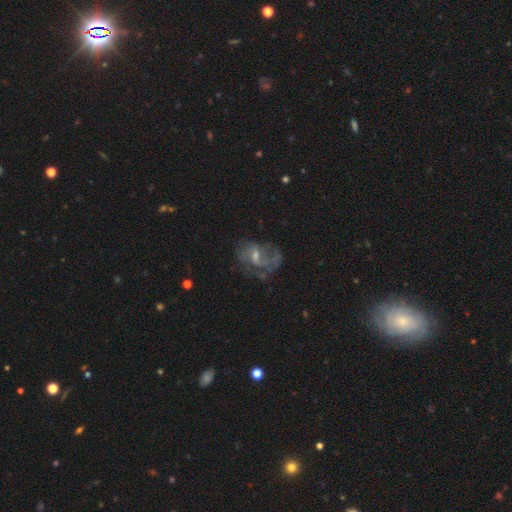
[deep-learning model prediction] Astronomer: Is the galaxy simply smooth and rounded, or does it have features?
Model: featured or disk — 73%.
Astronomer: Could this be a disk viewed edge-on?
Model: no — 97%.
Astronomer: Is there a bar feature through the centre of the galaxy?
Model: weak — 50% (runner-up: no, 40%).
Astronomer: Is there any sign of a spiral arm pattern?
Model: yes — 82%.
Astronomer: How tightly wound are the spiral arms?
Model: medium — 44% (runner-up: loose, 33%).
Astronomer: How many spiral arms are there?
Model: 2 — 45% (runner-up: can't tell, 24%).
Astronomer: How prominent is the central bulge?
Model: small — 49% (runner-up: moderate, 38%).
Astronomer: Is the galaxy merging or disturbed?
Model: none — 53%.